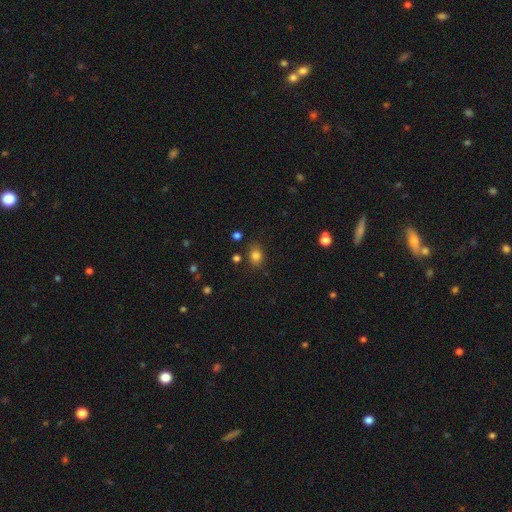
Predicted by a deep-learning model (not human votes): Smooth or featured? smooth (81%)
How rounded? in between (54%)
Merging? none (80%)